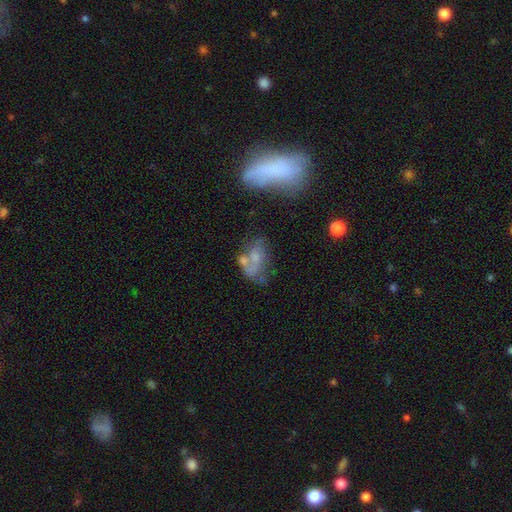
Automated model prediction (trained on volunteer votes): Morphology: type=featured or disk (43%); merging=none (37%).